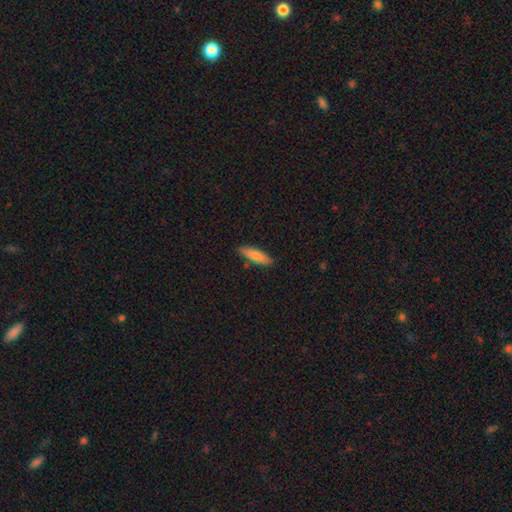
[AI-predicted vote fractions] Smooth or featured? smooth (81%)
How rounded? cigar-shaped (65%)
Merging? none (84%)